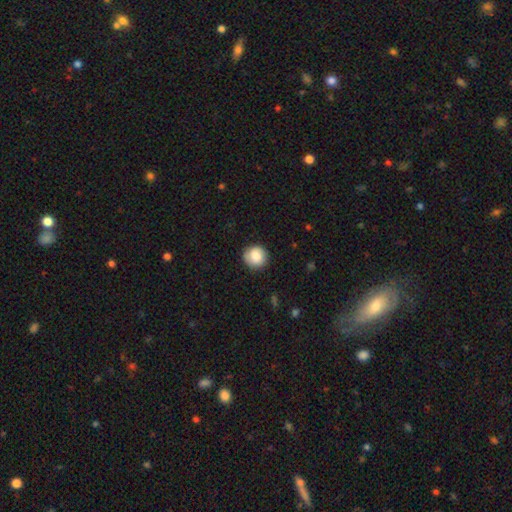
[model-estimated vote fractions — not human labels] The model was most divided on "smooth or featured": smooth: 83%, featured or disk: 9%, star or artifact: 8%. More confident: how rounded — round (91%); merging — none (87%).